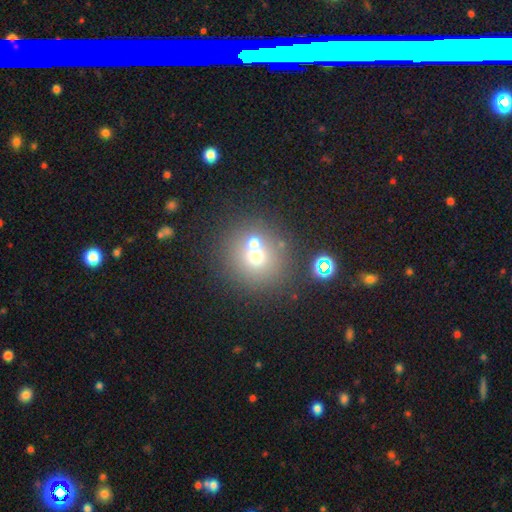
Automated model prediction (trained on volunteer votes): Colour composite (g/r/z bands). It shows a smooth galaxy with no disk features (63%) that is round (89%). Merging: none (52%).